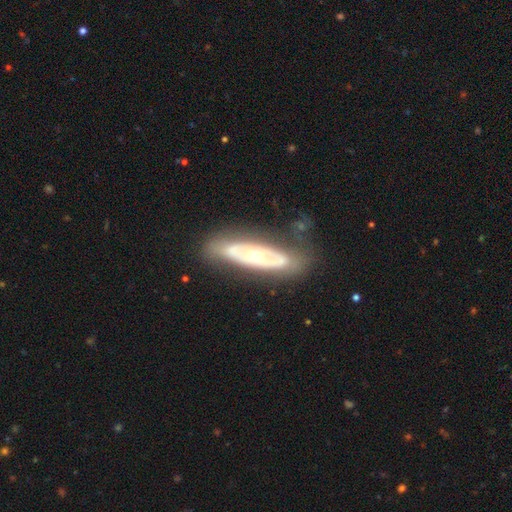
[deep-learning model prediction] This appears to be a featured or disk galaxy (69%) with no bar (85%), no spiral arms (74%) and a moderate central bulge (60%). Merging: none (72%).